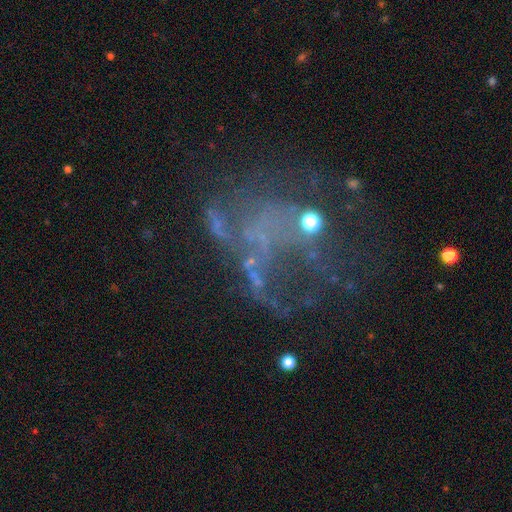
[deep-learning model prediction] featured or disk 58%, star or artifact 28%, smooth 14%. Down the decision tree: edge-on disk — no (98%); bar — no (90%); spiral arms — no (84%); bulge size — none (76%); merging — major disturbance (41%).